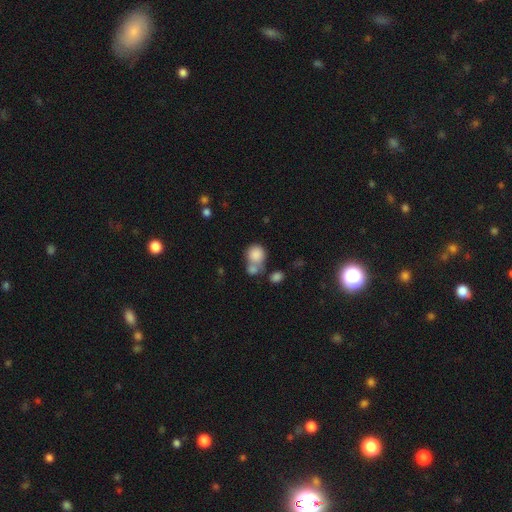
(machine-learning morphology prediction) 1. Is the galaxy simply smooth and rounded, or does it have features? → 84% smooth, 8% star or artifact, 7% featured or disk.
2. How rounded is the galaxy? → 75% round, 23% in between, 1% cigar-shaped.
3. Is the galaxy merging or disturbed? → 47% merger, 37% none, 10% minor disturbance, 6% major disturbance.